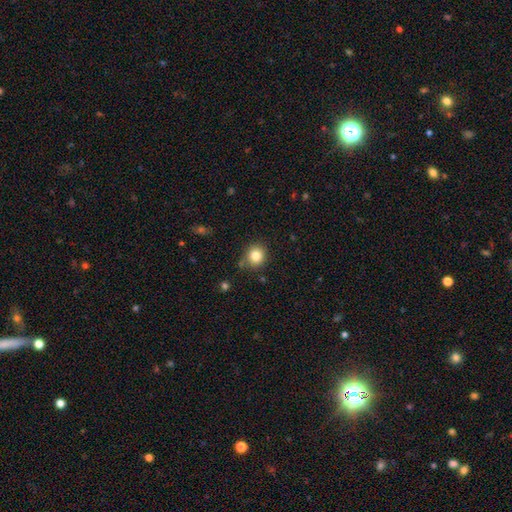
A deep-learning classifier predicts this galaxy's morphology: Smooth or featured?
  - smooth: 83% *
  - star or artifact: 11%
  - featured or disk: 6%
How rounded?
  - round: 85% *
  - in between: 14%
  - cigar-shaped: 1%
Merging?
  - none: 83% *
  - minor disturbance: 10%
  - merger: 4%
  - major disturbance: 3%